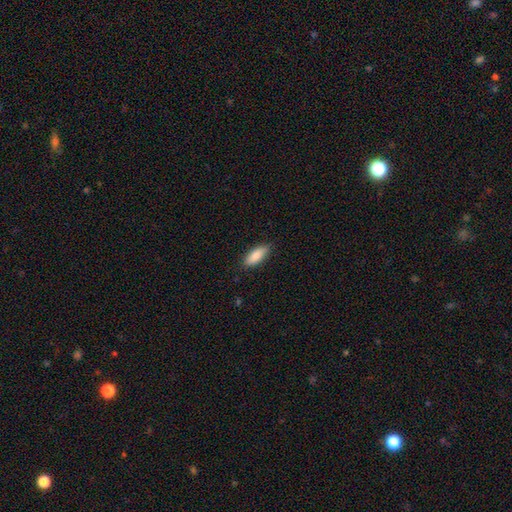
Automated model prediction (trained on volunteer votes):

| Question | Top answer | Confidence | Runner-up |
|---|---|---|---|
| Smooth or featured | smooth | 87% | featured or disk (7%) |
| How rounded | in between | 75% | cigar-shaped (24%) |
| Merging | none | 85% | minor disturbance (12%) |